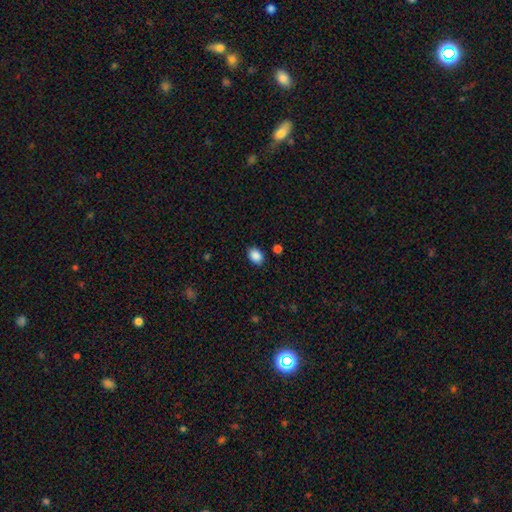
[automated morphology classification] Smooth or featured? smooth (88%)
How rounded? in between (71%)
Merging? none (86%)